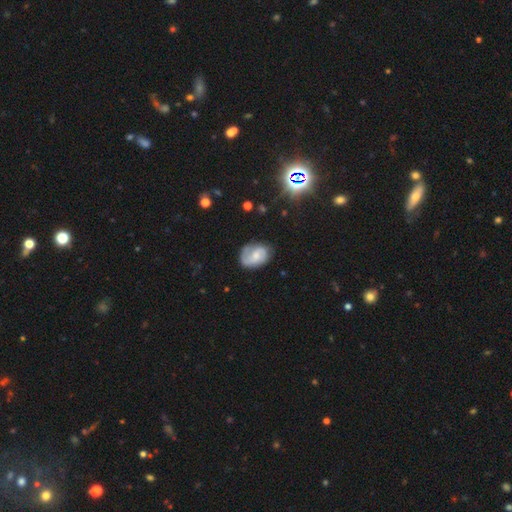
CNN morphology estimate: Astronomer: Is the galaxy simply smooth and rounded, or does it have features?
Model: featured or disk — 58% (runner-up: smooth, 34%).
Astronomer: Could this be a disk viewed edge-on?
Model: no — 97%.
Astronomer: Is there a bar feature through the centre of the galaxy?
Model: no — 54% (runner-up: weak, 39%).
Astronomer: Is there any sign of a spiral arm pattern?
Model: yes — 86%.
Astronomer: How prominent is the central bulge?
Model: small — 46% (runner-up: moderate, 42%).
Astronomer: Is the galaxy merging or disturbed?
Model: none — 66%.